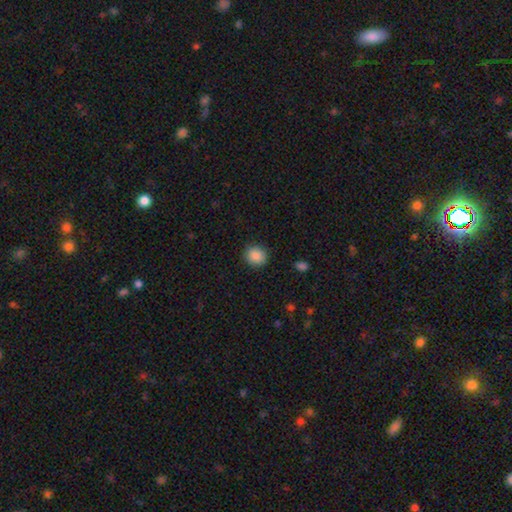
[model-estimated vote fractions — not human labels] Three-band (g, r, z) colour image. It shows a smooth galaxy with no disk features (89%) that is round (81%). Merging: none (90%).